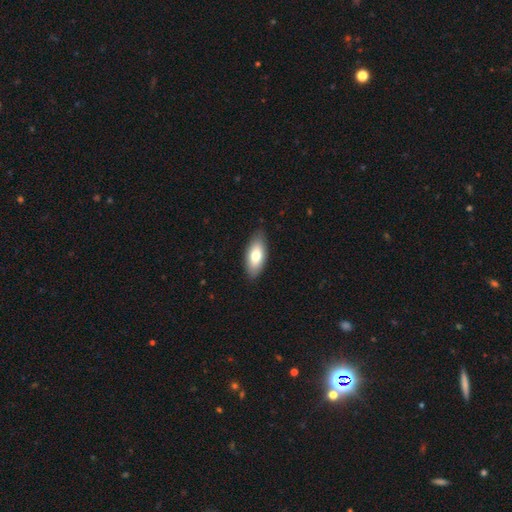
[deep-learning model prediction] Q: Smooth or featured?
A: smooth (73%); runner-up: featured or disk (21%)
Q: How rounded?
A: in between (86%); runner-up: cigar-shaped (12%)
Q: Merging?
A: none (86%); runner-up: minor disturbance (11%)